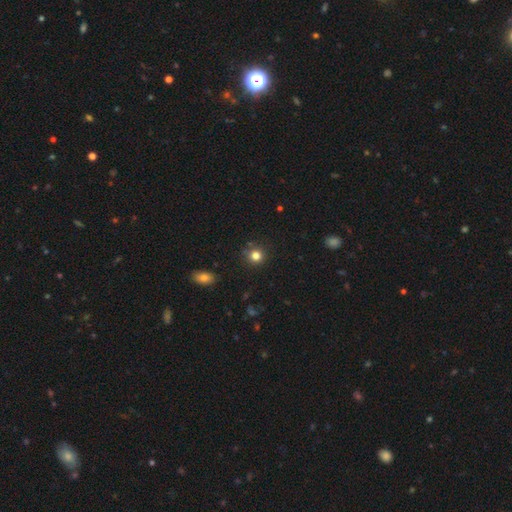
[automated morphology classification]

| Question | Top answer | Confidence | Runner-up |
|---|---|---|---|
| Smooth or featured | smooth | 82% | star or artifact (13%) |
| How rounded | round | 91% | in between (8%) |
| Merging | none | 86% | minor disturbance (9%) |